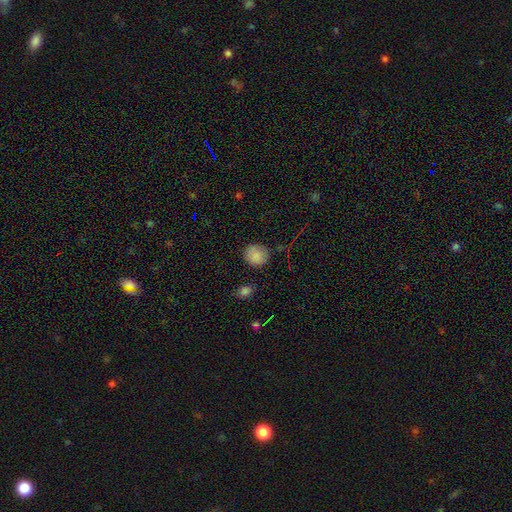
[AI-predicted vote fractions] Overall: smooth (85%). How rounded: round (80%). Merging: none (81%).